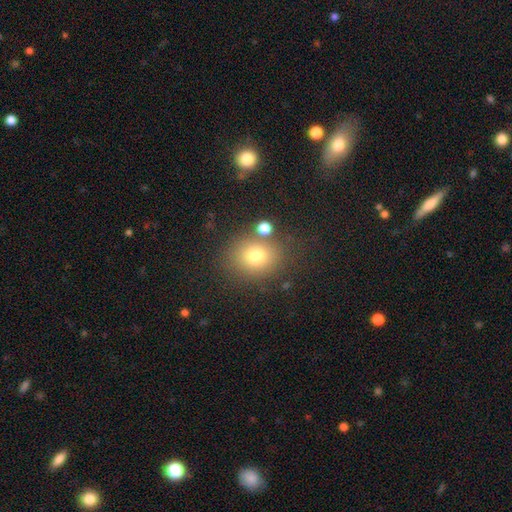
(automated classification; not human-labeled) A smooth galaxy with no disk features (76%) that is round (65%).

Vote fractions:
- Smooth or featured? smooth: 76% / star or artifact: 14% / featured or disk: 10%
- How rounded? round: 65% / in between: 34% / cigar-shaped: 1%
- Merging? none: 76% / minor disturbance: 11% / merger: 8% / major disturbance: 4%